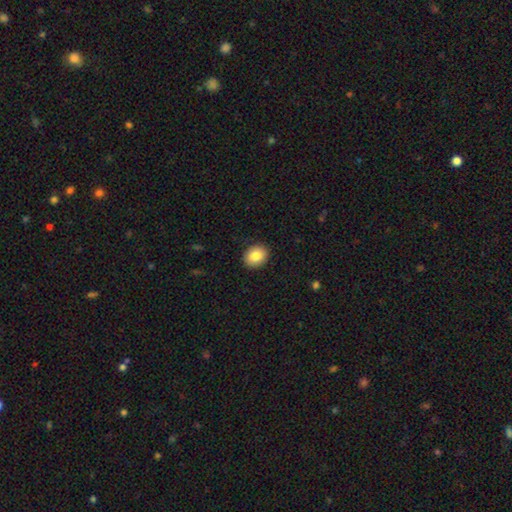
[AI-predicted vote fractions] Smooth or featured: smooth — 85% (star or artifact — 8%)
How rounded: round — 55% (in between — 44%)
Merging: none — 90% (minor disturbance — 7%)